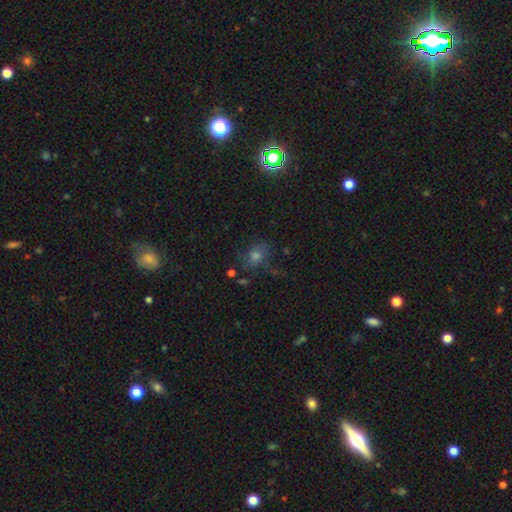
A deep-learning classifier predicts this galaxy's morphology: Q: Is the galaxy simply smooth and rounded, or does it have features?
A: smooth — 46%.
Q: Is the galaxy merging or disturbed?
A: none — 67%.